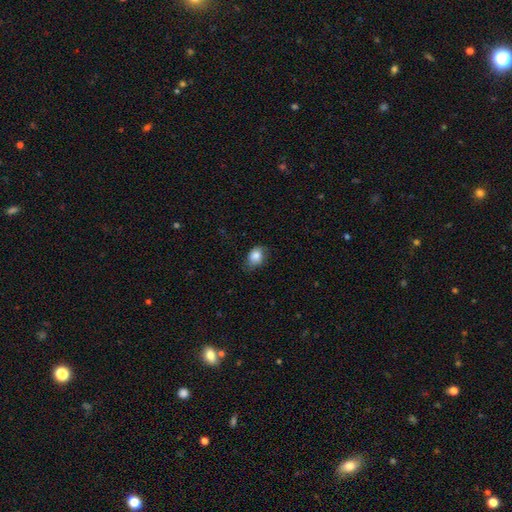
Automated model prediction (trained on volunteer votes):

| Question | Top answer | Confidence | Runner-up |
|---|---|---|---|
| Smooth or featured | smooth | 79% | featured or disk (13%) |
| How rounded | in between | 68% | round (31%) |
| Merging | none | 66% | minor disturbance (26%) |